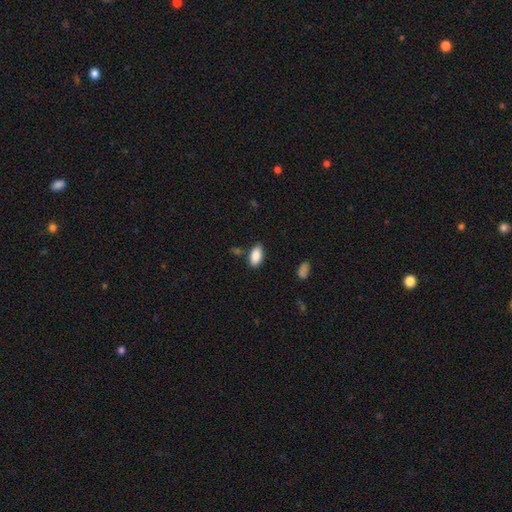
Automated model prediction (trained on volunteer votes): This appears to be a smooth galaxy with no disk features (89%) that is in between round and cigar-shaped (93%). Merging: none (78%).